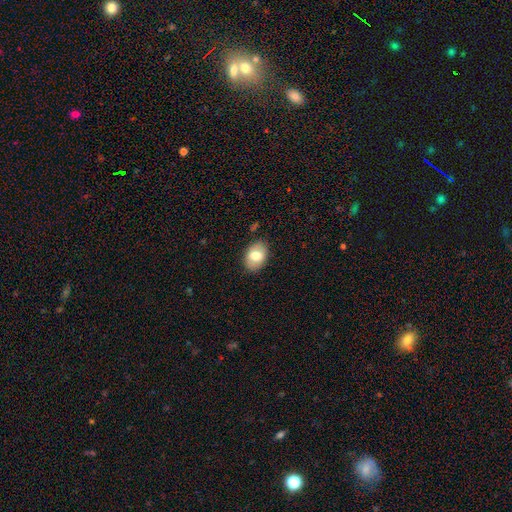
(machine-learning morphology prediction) This is likely a smooth galaxy (73%). How rounded: likely in between (80%). Merging: clearly none (84%).